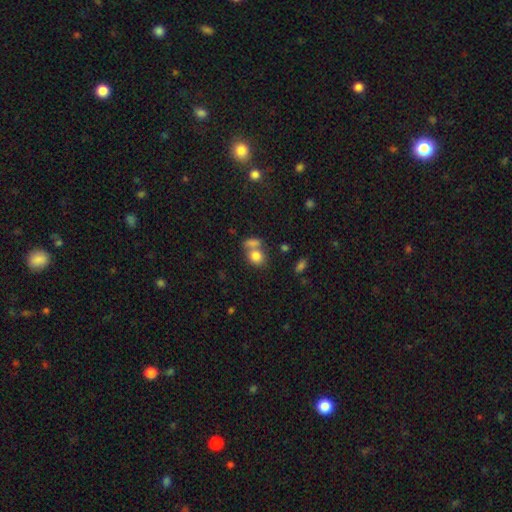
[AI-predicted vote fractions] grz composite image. It shows a smooth galaxy with no disk features (82%) that is in between round and cigar-shaped (51%). Merging: none (43%).